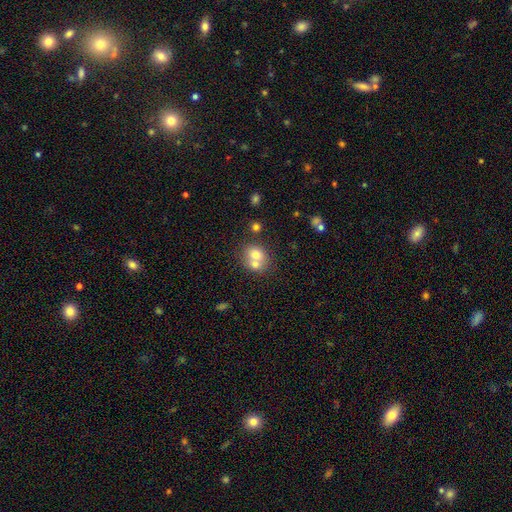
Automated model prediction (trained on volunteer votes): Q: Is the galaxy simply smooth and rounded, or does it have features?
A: smooth — 68%.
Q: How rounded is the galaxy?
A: round — 66%.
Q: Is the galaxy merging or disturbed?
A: merger — 59%.